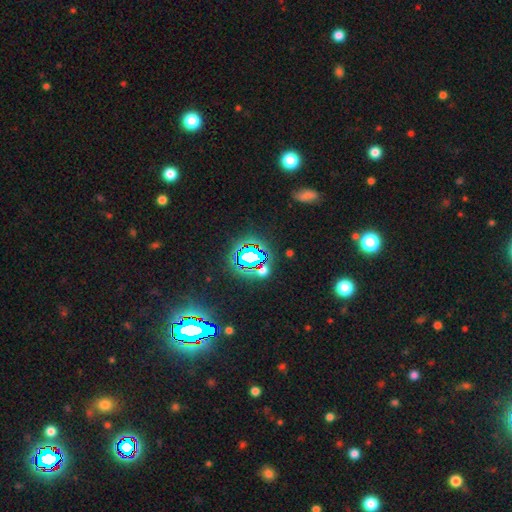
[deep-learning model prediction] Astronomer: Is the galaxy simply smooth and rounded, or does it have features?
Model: star or artifact — 73%.